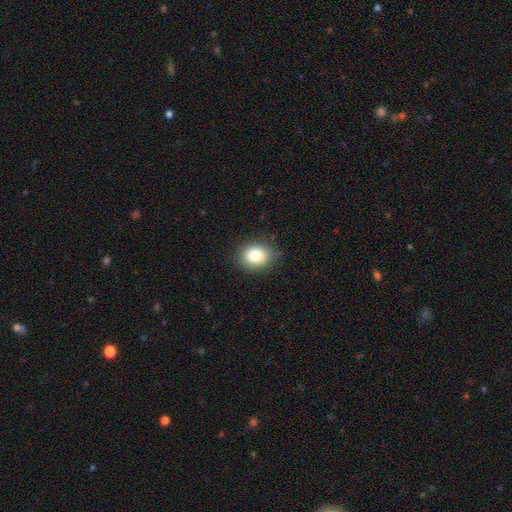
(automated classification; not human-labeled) A smooth galaxy with no disk features (81%) that is round (59%).

Vote fractions:
- Smooth or featured? smooth: 81% / star or artifact: 10% / featured or disk: 9%
- How rounded? round: 59% / in between: 40% / cigar-shaped: 1%
- Merging? none: 86% / minor disturbance: 11% / major disturbance: 3% / merger: 1%